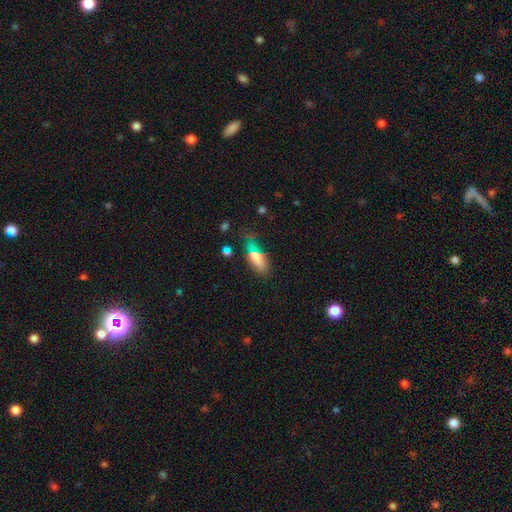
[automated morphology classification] smooth_or_featured: smooth (p=0.76) [alt: featured or disk p=0.13]
how_rounded: in between (p=0.67) [alt: cigar-shaped p=0.29]
merging: none (p=0.52) [alt: minor disturbance p=0.28]